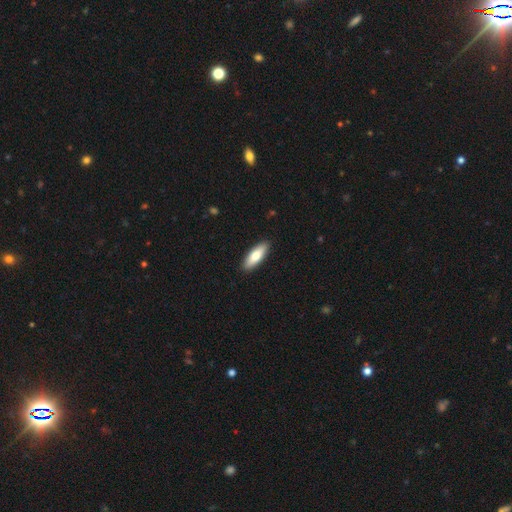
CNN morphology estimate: Smooth or featured? Predicted: smooth (p=0.76). How rounded? Predicted: in between (p=0.55). Merging? Predicted: none (p=0.90).